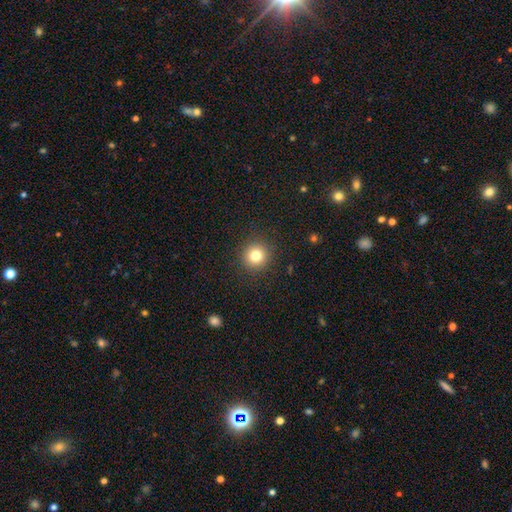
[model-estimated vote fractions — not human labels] Overall: smooth (80%). How rounded: round (94%). Merging: none (91%).